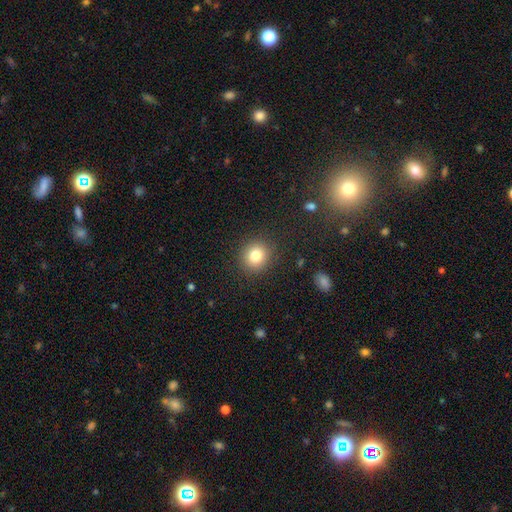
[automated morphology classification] smooth_or_featured: smooth (p=0.81) [alt: star or artifact p=0.11]
how_rounded: round (p=0.85) [alt: in between p=0.14]
merging: none (p=0.88) [alt: minor disturbance p=0.07]